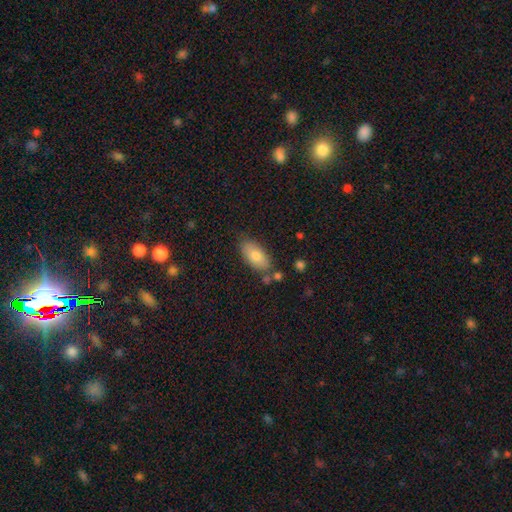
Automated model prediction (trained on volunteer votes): A smooth galaxy with no disk features (77%) that is in between round and cigar-shaped (90%). Merging: none (77%).